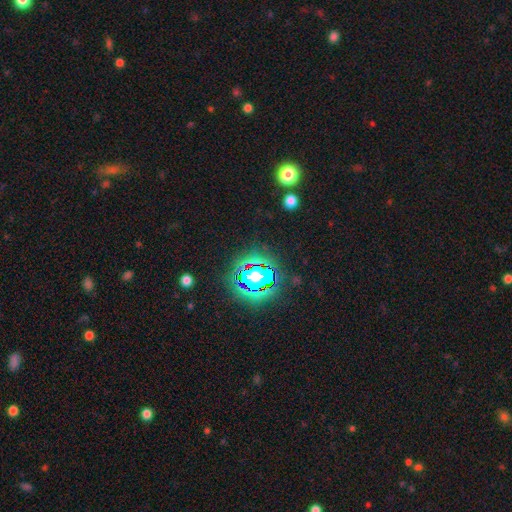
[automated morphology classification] Smooth or featured? star or artifact (83%)